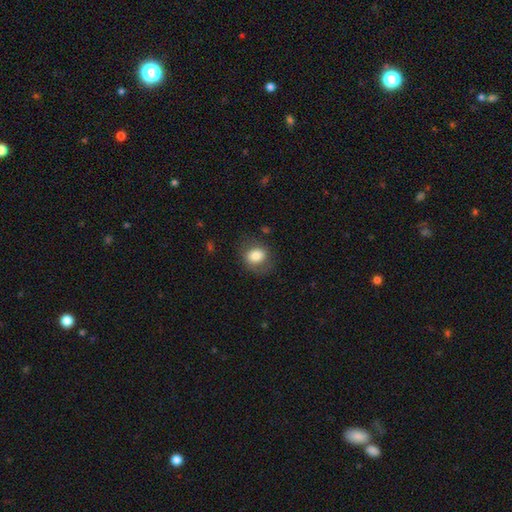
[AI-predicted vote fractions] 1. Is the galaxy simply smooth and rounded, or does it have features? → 79% smooth, 13% featured or disk, 8% star or artifact.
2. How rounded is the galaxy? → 56% round, 43% in between, 1% cigar-shaped.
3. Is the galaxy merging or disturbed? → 68% none, 20% minor disturbance, 11% major disturbance, 2% merger.